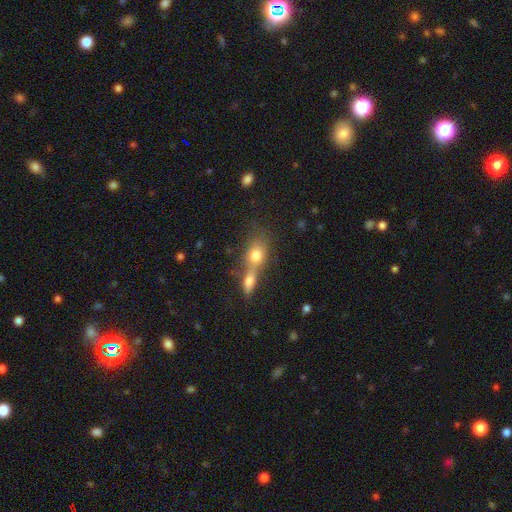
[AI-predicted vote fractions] A smooth galaxy with no disk features (75%) that is in between round and cigar-shaped (59%).

Vote fractions:
- Smooth or featured? smooth: 75% / featured or disk: 15% / star or artifact: 10%
- How rounded? in between: 59% / round: 35% / cigar-shaped: 6%
- Merging? merger: 60% / none: 28% / minor disturbance: 8% / major disturbance: 5%